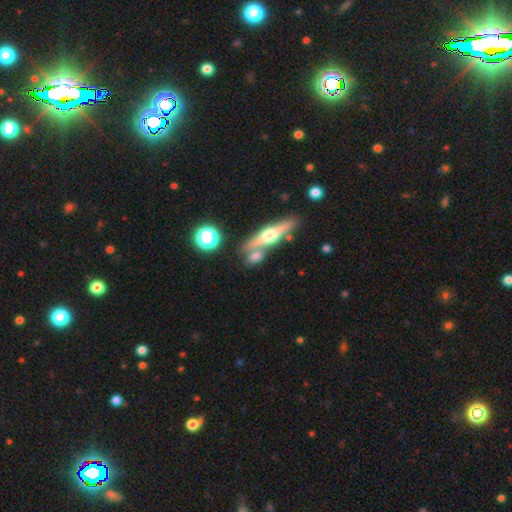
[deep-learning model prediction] Smooth or featured?
  - featured or disk: 51% *
  - smooth: 40%
  - star or artifact: 10%
Edge-on disk?
  - yes: 89% *
  - no: 11%
Merging?
  - none: 66% *
  - merger: 21%
  - minor disturbance: 10%
  - major disturbance: 4%